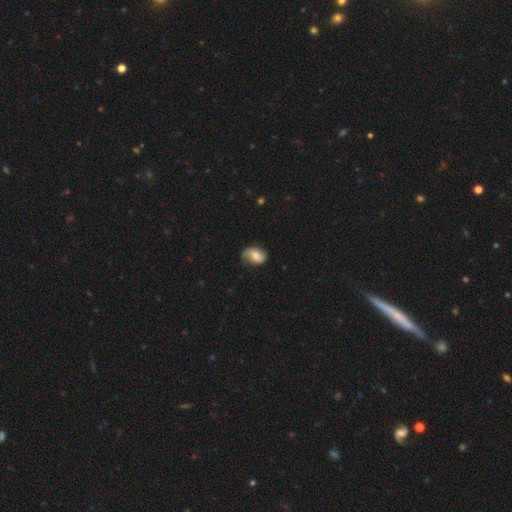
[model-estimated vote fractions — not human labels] smooth 59%, featured or disk 34%, star or artifact 8%. Down the decision tree: how rounded — in between (76%); merging — none (58%).